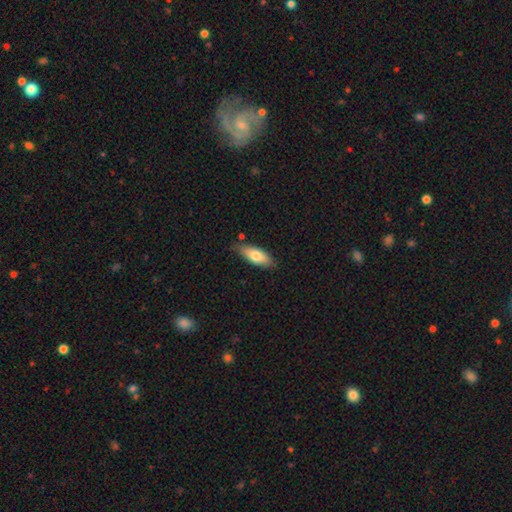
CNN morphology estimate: Smooth or featured? smooth (73%)
How rounded? in between (77%)
Merging? none (75%)